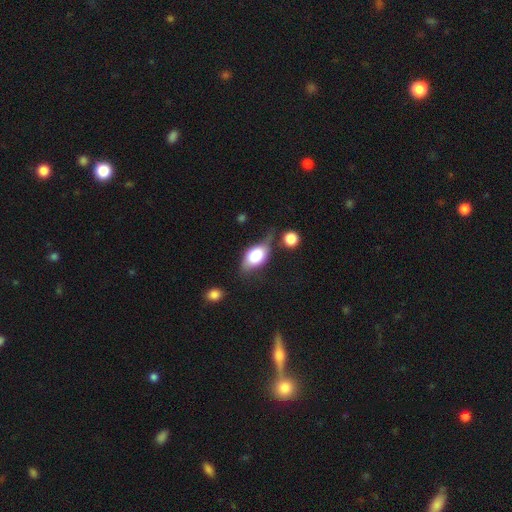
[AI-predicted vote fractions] Q: Smooth or featured?
A: smooth (68%); runner-up: featured or disk (24%)
Q: How rounded?
A: in between (85%); runner-up: round (10%)
Q: Merging?
A: none (42%); runner-up: minor disturbance (32%)